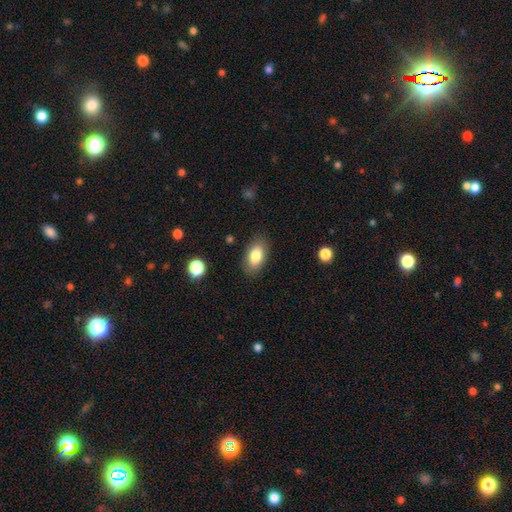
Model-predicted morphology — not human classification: smooth-or-featured: smooth: 82% | featured or disk: 11% | star or artifact: 7%
  how-rounded: in between: 92% | round: 6% | cigar-shaped: 3%
  merging: none: 85% | minor disturbance: 11% | major disturbance: 3% | merger: 1%